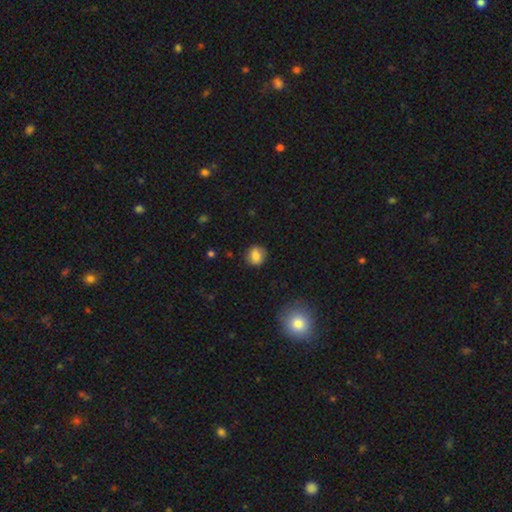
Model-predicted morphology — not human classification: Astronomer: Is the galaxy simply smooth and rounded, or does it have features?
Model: smooth — 79%.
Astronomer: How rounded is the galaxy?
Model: round — 81%.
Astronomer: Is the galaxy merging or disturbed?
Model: none — 85%.